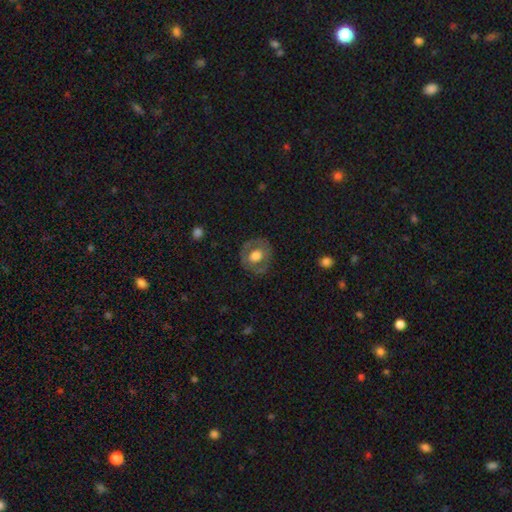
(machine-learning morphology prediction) This is possibly a smooth galaxy (50%). How rounded: likely round (74%). Merging: likely none (78%).